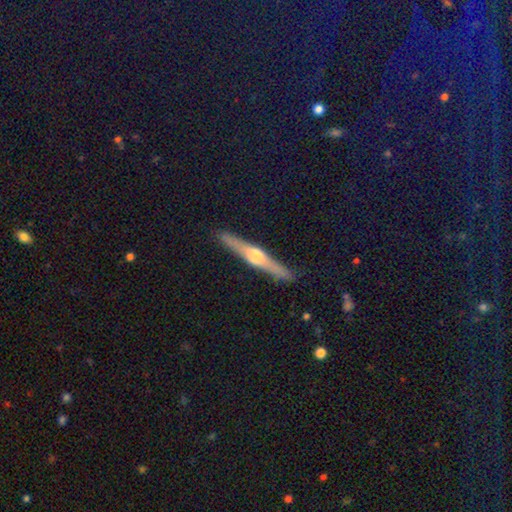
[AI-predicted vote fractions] This appears to be a featured or disk galaxy (76%) viewed edge-on (98%) with a rounded central bulge (89%). Merging: none (90%).